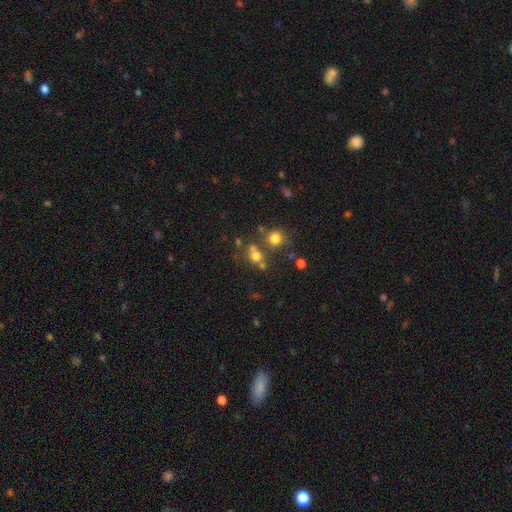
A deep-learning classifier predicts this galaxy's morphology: The model was most divided on "merging": none: 54%, merger: 30%, minor disturbance: 11%, major disturbance: 6%. More confident: how rounded — round (76%); smooth or featured — smooth (66%).